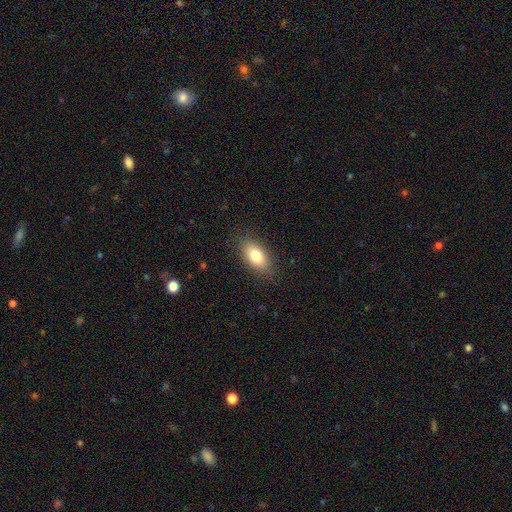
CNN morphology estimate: Smooth or featured? smooth (80%)
How rounded? in between (88%)
Merging? none (85%)